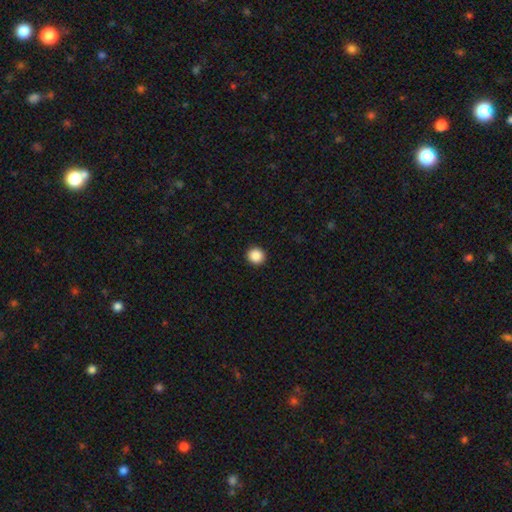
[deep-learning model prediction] Morphology: type=smooth (88%); roundness=round (91%); merging=none (93%).